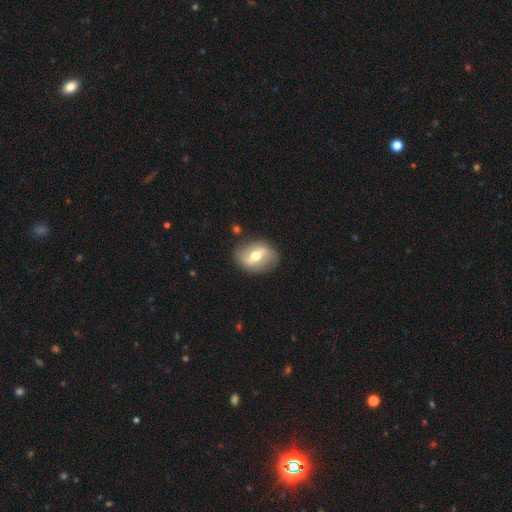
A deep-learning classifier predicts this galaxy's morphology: Smooth or featured? Predicted: featured or disk (p=0.63). Edge-on disk? Predicted: no (p=0.90). Bar? Predicted: strong (p=0.49). Spiral arms? Predicted: no (p=0.54). Bulge size? Predicted: moderate (p=0.73). Merging? Predicted: none (p=0.82).